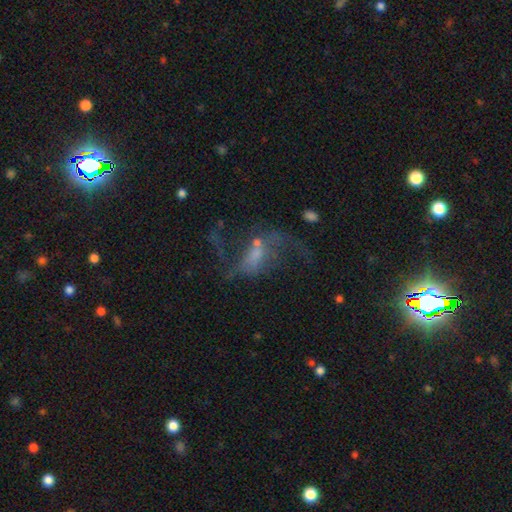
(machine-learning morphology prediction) Overall: featured or disk (68%). Edge-on disk: no (96%). Bar: no (44%; weak 40%). Spiral arms: yes (72%). Bulge size: small (37%; none 32%). Merging: none (39%; major disturbance 34%).